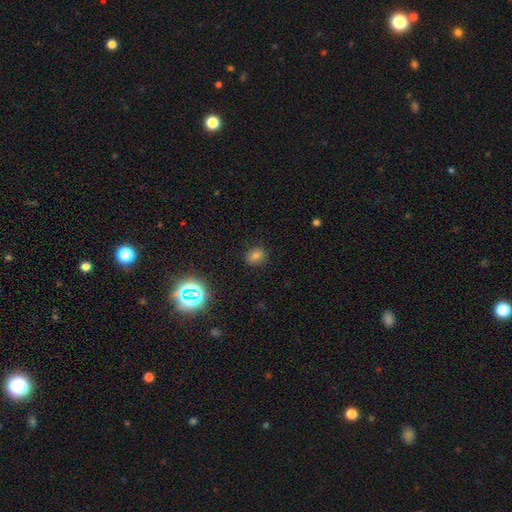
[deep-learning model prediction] Smooth or featured: smooth — 73% (star or artifact — 19%)
How rounded: round — 54% (in between — 45%)
Merging: none — 85% (minor disturbance — 10%)